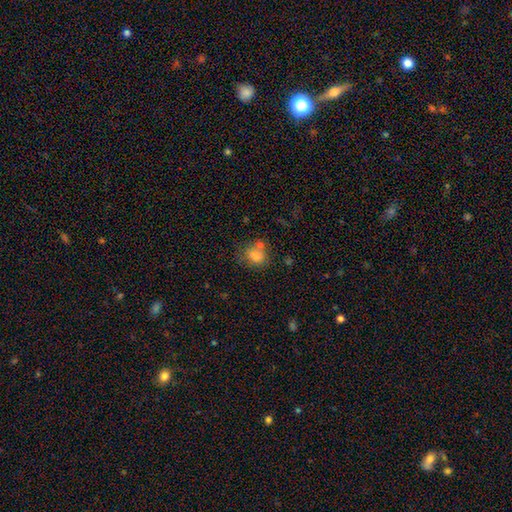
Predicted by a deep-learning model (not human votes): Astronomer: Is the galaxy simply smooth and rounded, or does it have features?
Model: smooth — 79%.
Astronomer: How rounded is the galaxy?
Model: round — 62%.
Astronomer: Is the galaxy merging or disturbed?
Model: none — 53%.